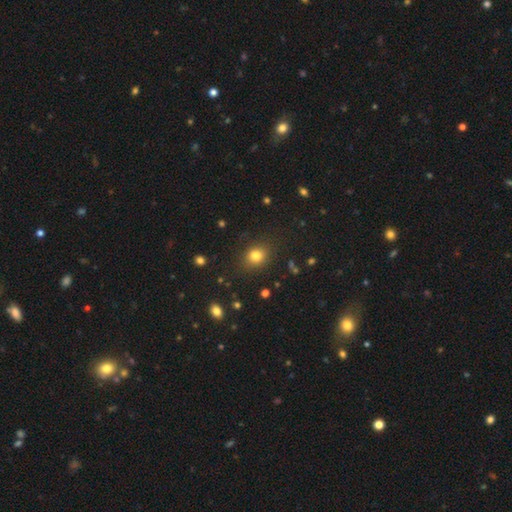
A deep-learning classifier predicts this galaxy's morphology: Overall: smooth (80%). How rounded: round (64%; in between 35%). Merging: none (83%).